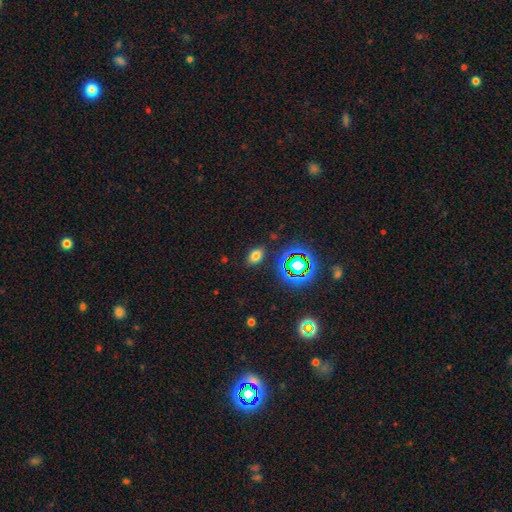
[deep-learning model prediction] Smooth or featured?
  - smooth: 71% *
  - star or artifact: 22%
  - featured or disk: 8%
How rounded?
  - in between: 83% *
  - round: 15%
  - cigar-shaped: 2%
Merging?
  - none: 86% *
  - minor disturbance: 9%
  - major disturbance: 3%
  - merger: 2%